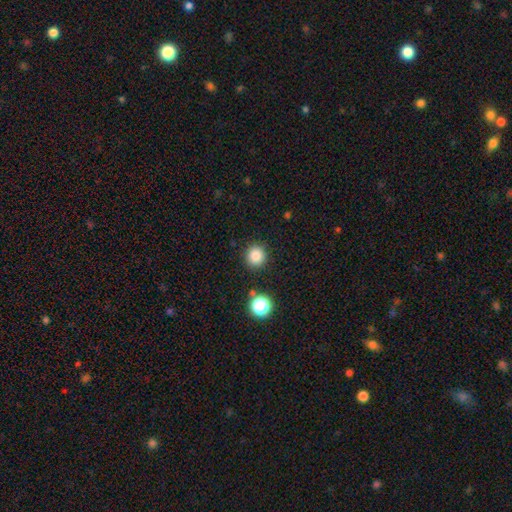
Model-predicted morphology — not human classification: Smooth or featured? smooth (84%)
How rounded? round (92%)
Merging? none (89%)